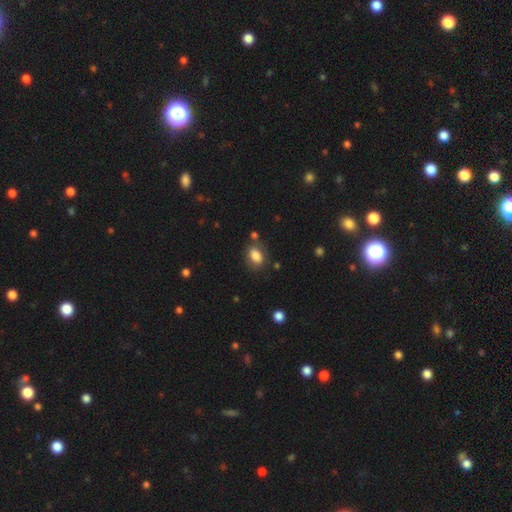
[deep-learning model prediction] smooth_or_featured: smooth (p=0.83) [alt: featured or disk p=0.08]
how_rounded: in between (p=0.83) [alt: round p=0.15]
merging: none (p=0.75) [alt: minor disturbance p=0.15]